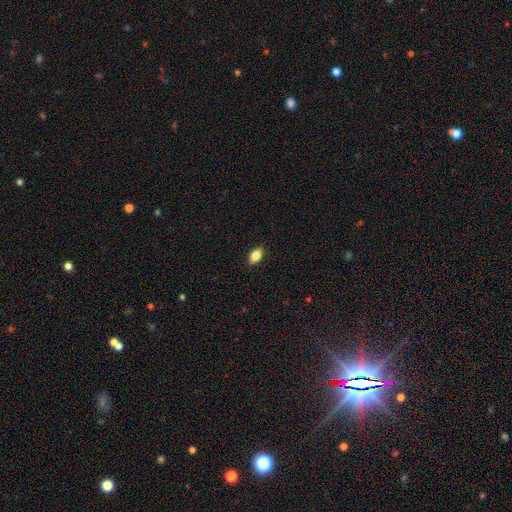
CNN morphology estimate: Overall: smooth (83%). How rounded: in between (89%). Merging: none (88%).